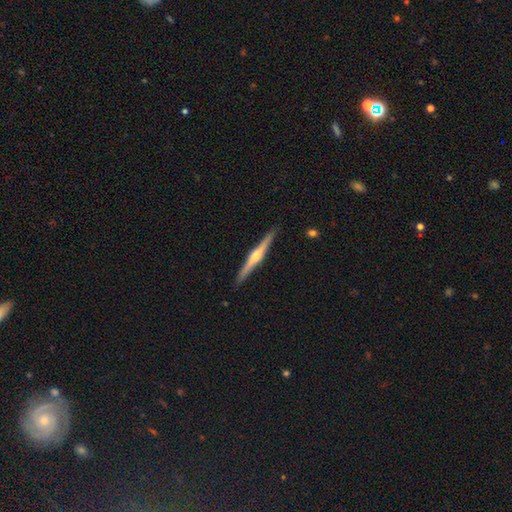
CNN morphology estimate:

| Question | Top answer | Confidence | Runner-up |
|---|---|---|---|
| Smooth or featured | featured or disk | 76% | smooth (19%) |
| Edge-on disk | yes | 98% | no (2%) |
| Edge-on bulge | rounded | 88% | none (7%) |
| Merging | none | 91% | minor disturbance (6%) |